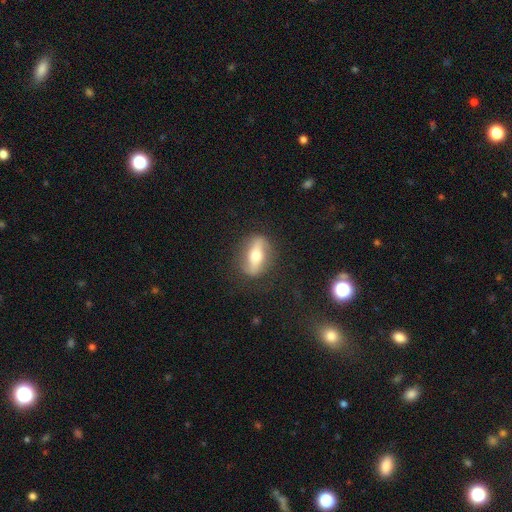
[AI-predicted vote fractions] smooth-or-featured: featured or disk: 58% | smooth: 36% | star or artifact: 7%
  disk-edge-on: no: 62% | yes: 38%
  merging: none: 81% | minor disturbance: 13% | major disturbance: 6% | merger: 1%